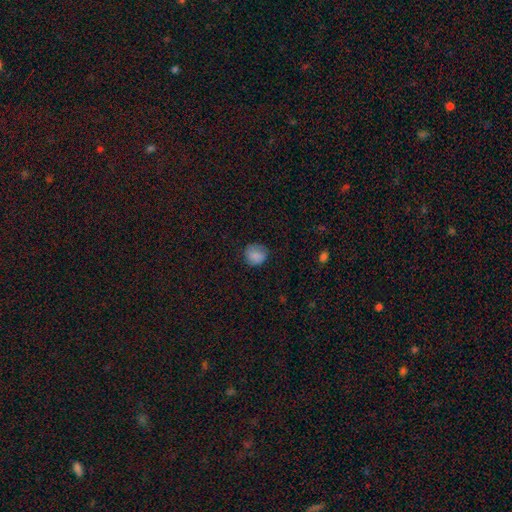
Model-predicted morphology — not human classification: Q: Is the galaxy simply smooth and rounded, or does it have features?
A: smooth — 81%.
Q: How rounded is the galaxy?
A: round — 79%.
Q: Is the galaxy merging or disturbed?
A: none — 71%.